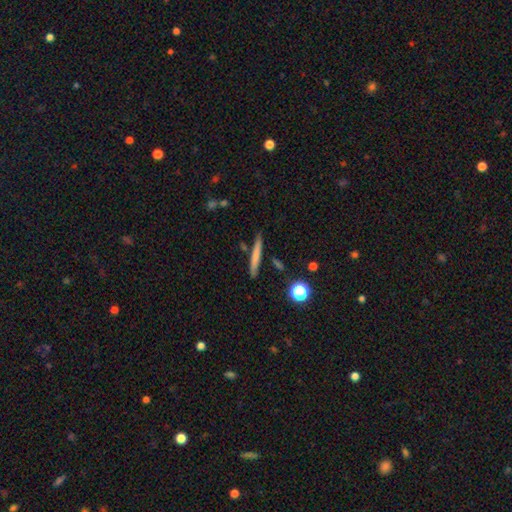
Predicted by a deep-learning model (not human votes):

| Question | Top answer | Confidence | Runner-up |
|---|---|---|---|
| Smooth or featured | smooth | 66% | featured or disk (26%) |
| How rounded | cigar-shaped | 94% | in between (4%) |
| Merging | none | 86% | minor disturbance (9%) |